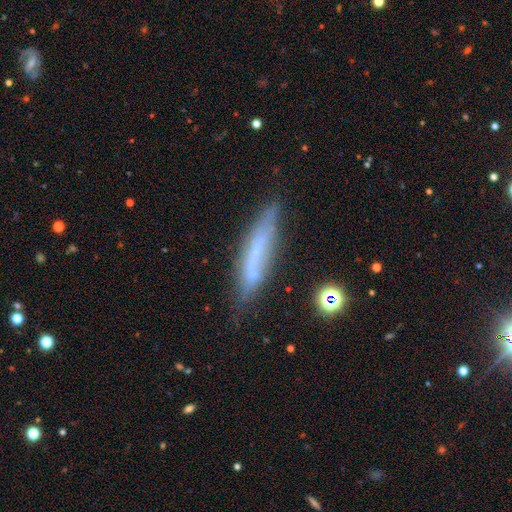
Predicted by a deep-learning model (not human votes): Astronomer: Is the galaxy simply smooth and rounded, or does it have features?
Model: smooth — 45% (runner-up: featured or disk, 44%).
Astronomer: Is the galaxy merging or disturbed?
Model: none — 64%.